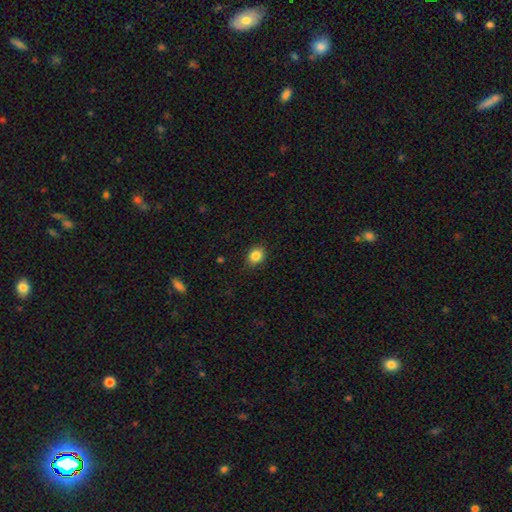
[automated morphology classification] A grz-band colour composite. It shows a smooth galaxy with no disk features (85%) that is round (55%). Merging: none (87%).